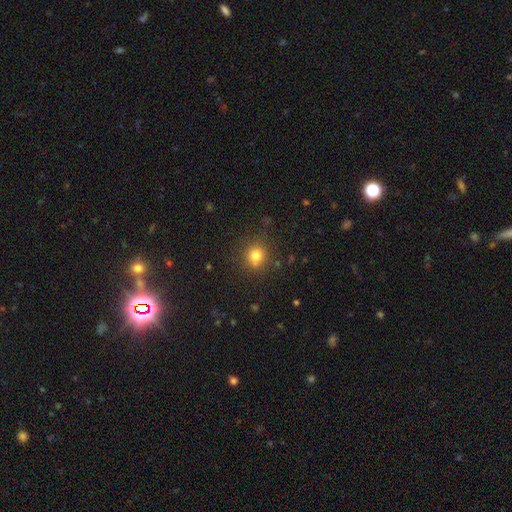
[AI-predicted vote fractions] The model was most divided on "smooth or featured": smooth: 78%, star or artifact: 15%, featured or disk: 7%. More confident: how rounded — round (89%); merging — none (80%).